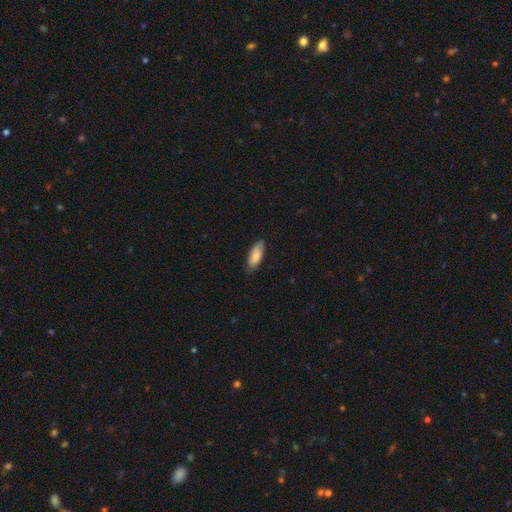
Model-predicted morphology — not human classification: Smooth or featured: smooth — 82% (featured or disk — 12%)
How rounded: in between — 73% (cigar-shaped — 25%)
Merging: none — 80% (minor disturbance — 16%)